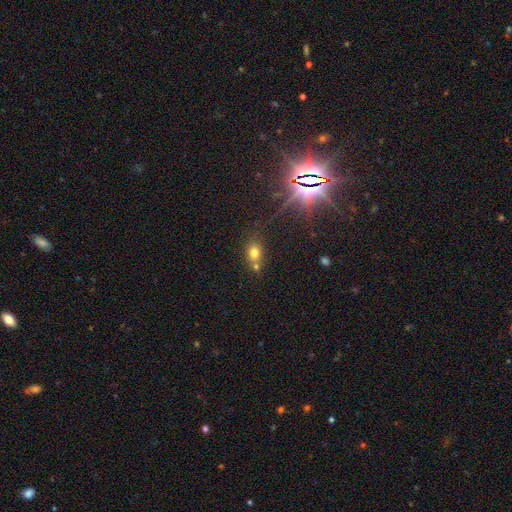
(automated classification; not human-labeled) smooth-or-featured: smooth: 57% | star or artifact: 31% | featured or disk: 12%
  how-rounded: round: 50% | in between: 47% | cigar-shaped: 2%
  merging: none: 59% | merger: 23% | minor disturbance: 13% | major disturbance: 5%